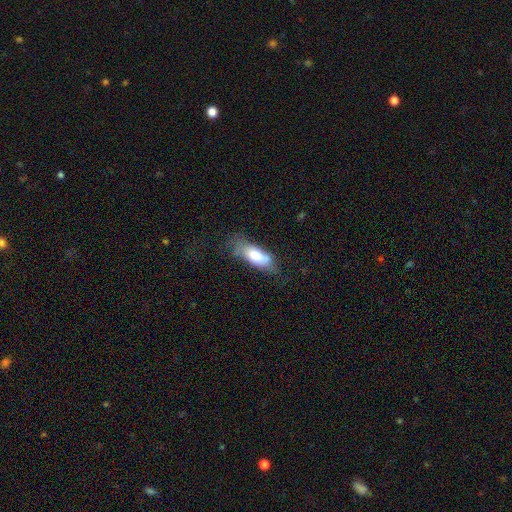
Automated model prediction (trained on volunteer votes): A smooth galaxy with no disk features (71%) that is in between round and cigar-shaped (76%). Merging: none (51%).